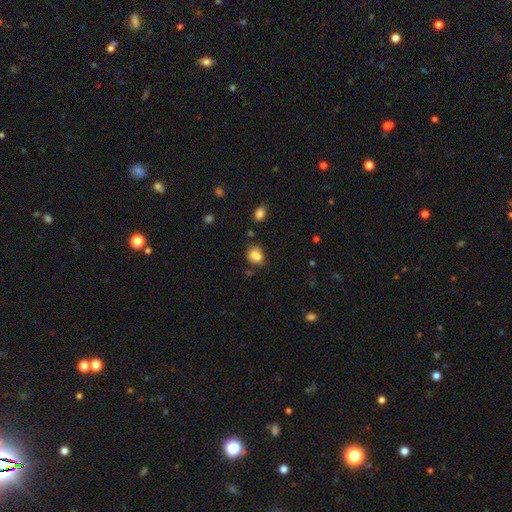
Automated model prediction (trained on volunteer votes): Morphology: type=smooth (81%); roundness=in between (52%); merging=none (58%).